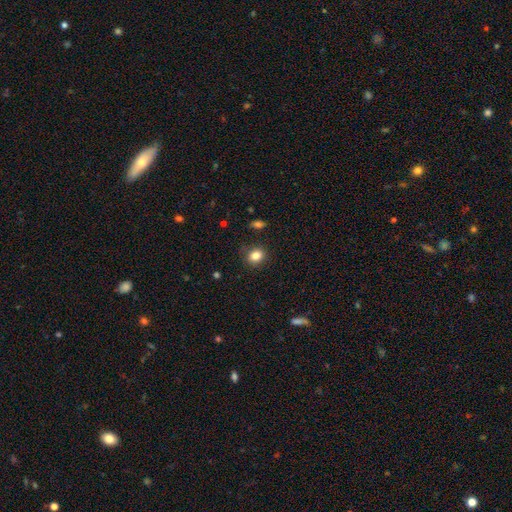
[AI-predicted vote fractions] smooth-or-featured: smooth: 84% | star or artifact: 10% | featured or disk: 6%
  how-rounded: round: 63% | in between: 36% | cigar-shaped: 1%
  merging: none: 86% | minor disturbance: 10% | major disturbance: 3% | merger: 1%